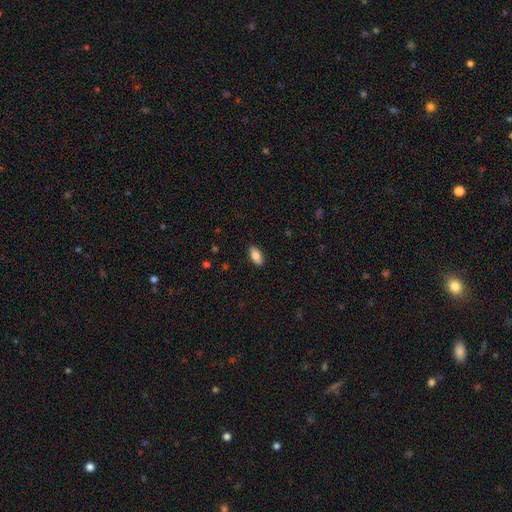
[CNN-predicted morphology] smooth-or-featured: smooth: 83% | featured or disk: 10% | star or artifact: 7%
  how-rounded: in between: 87% | cigar-shaped: 11% | round: 2%
  merging: none: 88% | minor disturbance: 9% | major disturbance: 2% | merger: 1%